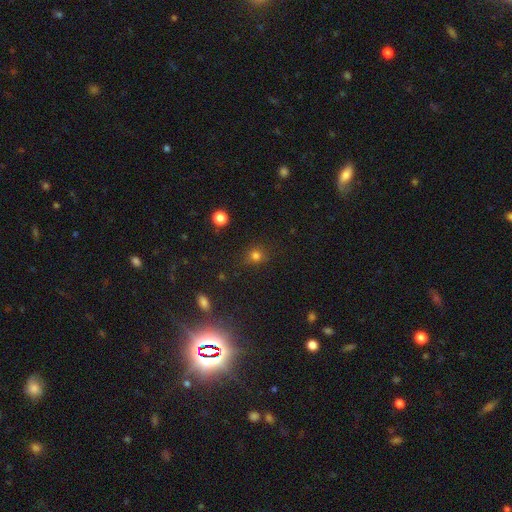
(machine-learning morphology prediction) smooth-or-featured: smooth: 77% | star or artifact: 18% | featured or disk: 6%
  how-rounded: round: 81% | in between: 18% | cigar-shaped: 1%
  merging: none: 81% | minor disturbance: 12% | major disturbance: 4% | merger: 3%